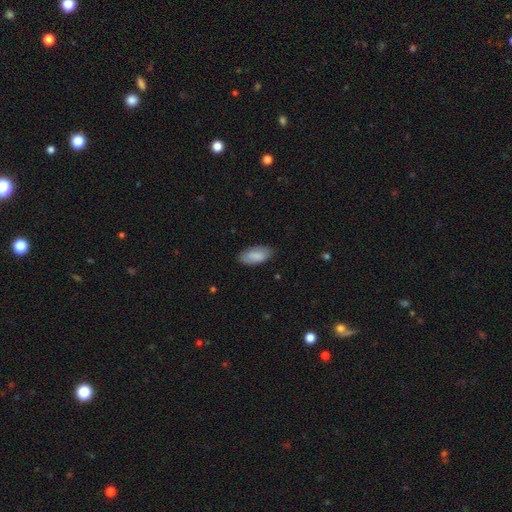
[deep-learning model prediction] A smooth galaxy with no disk features (85%) that is in between round and cigar-shaped (92%). Merging: none (83%).